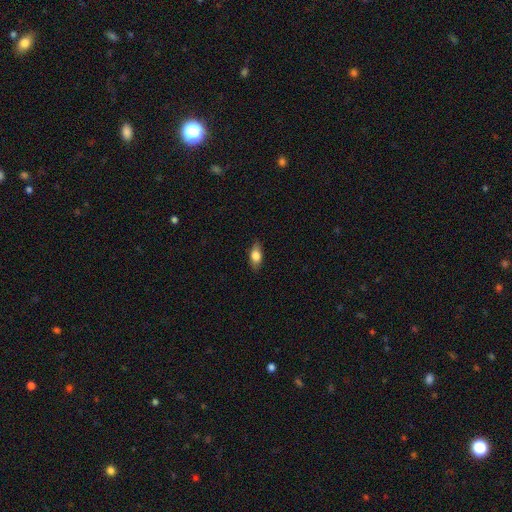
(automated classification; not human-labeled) Smooth or featured? smooth (76%)
How rounded? in between (83%)
Merging? none (83%)